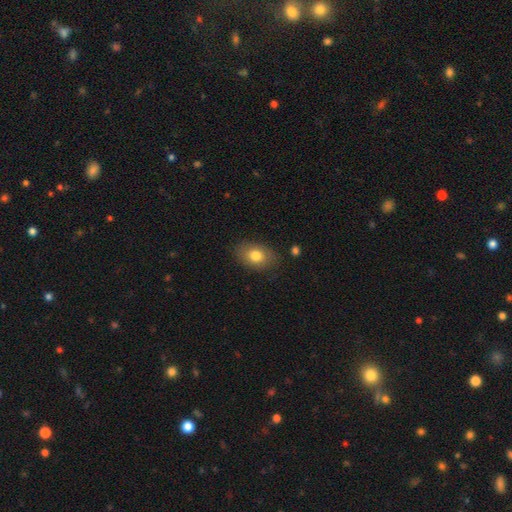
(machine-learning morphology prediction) smooth_or_featured: smooth (p=0.78) [alt: featured or disk p=0.13]
how_rounded: in between (p=0.79) [alt: round p=0.20]
merging: none (p=0.82) [alt: minor disturbance p=0.13]